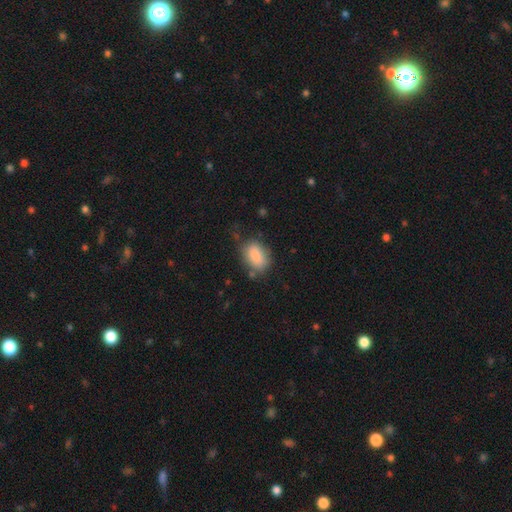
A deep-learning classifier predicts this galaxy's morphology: The model was most divided on "merging": none: 67%, minor disturbance: 22%, major disturbance: 7%, merger: 4%. More confident: smooth or featured — smooth (87%); how rounded — in between (85%).